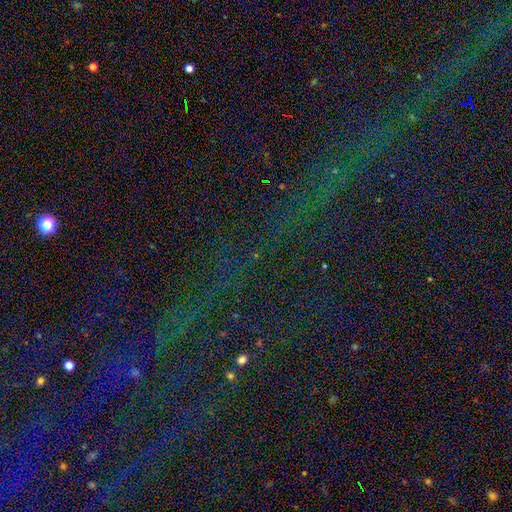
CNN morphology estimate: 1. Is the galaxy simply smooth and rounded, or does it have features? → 82% star or artifact, 9% smooth, 9% featured or disk.